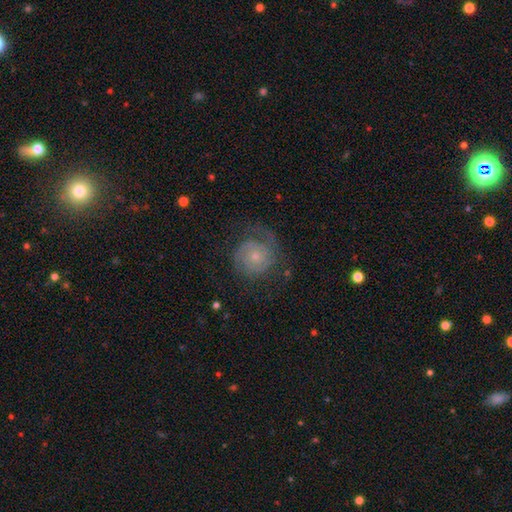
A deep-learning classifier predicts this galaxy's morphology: Smooth or featured: featured or disk — 76% (smooth — 17%)
Edge-on disk: no — 98% (yes — 2%)
Bar: no — 78% (weak — 20%)
Spiral arms: yes — 94% (no — 6%)
Spiral winding: tight — 57% (medium — 31%)
Spiral arm count: 2 — 50% (can't tell — 21%)
Bulge size: small — 64% (moderate — 30%)
Merging: none — 65% (minor disturbance — 19%)